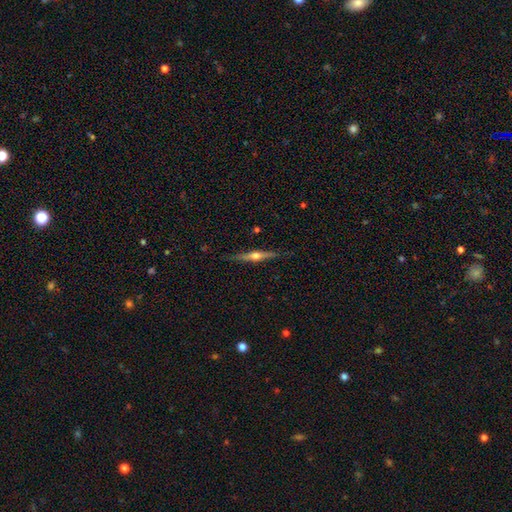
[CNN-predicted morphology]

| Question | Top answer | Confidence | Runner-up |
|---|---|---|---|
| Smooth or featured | featured or disk | 73% | smooth (21%) |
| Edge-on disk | yes | 97% | no (3%) |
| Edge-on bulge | rounded | 94% | boxy (3%) |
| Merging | none | 86% | minor disturbance (11%) |